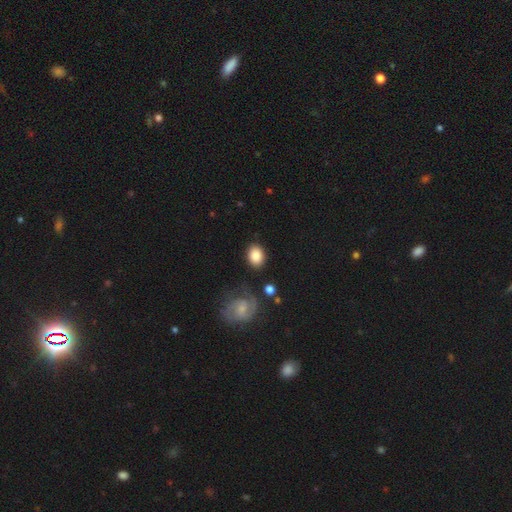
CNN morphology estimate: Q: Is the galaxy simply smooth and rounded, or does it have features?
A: smooth — 82%.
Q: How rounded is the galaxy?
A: in between — 66%.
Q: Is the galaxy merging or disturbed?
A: none — 79%.